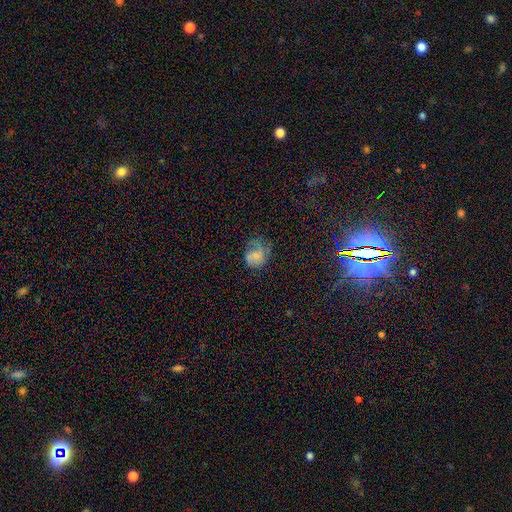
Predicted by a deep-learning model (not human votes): This appears to be a smooth galaxy with no disk features (51%) that is round (63%). Merging: none (40%).